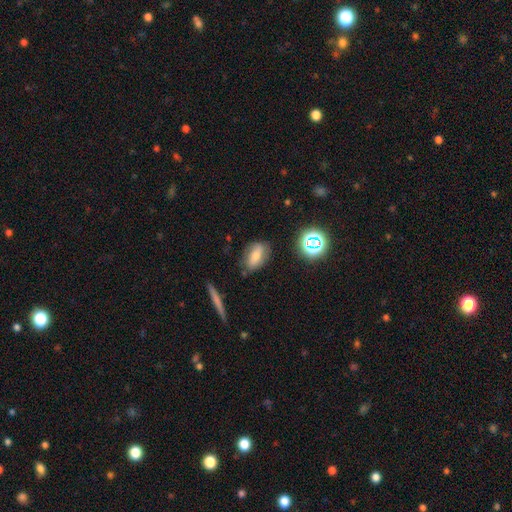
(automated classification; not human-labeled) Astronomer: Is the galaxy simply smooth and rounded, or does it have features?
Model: smooth — 65%.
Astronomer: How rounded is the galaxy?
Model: in between — 81%.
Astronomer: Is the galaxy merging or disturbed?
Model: none — 76%.